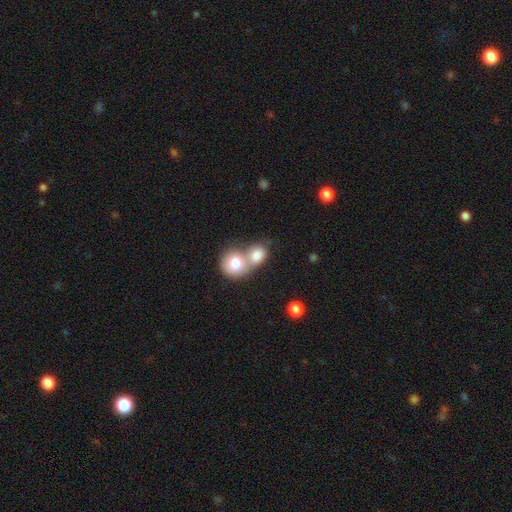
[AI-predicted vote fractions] The model was most divided on "how rounded": round: 70%, in between: 29%, cigar-shaped: 1%. More confident: smooth or featured — smooth (77%); merging — merger (69%).